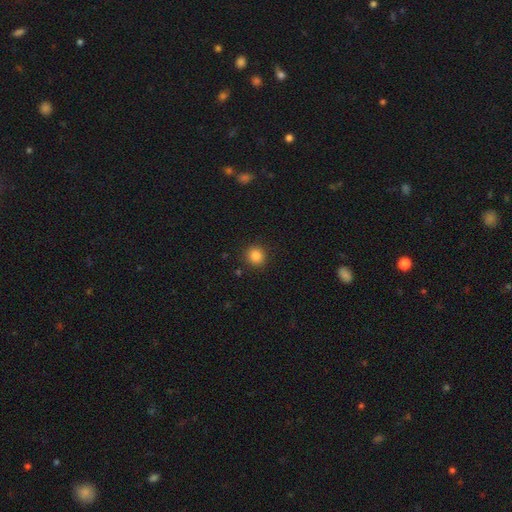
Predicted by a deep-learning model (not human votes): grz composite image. It shows a smooth galaxy with no disk features (85%) that is round (91%). Merging: none (90%).